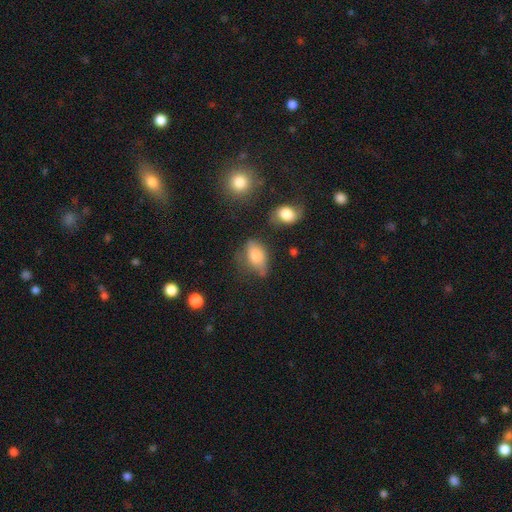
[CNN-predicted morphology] Smooth or featured?
  - smooth: 74% *
  - featured or disk: 16%
  - star or artifact: 10%
How rounded?
  - in between: 86% *
  - round: 11%
  - cigar-shaped: 4%
Merging?
  - none: 41% *
  - minor disturbance: 35%
  - major disturbance: 17%
  - merger: 6%